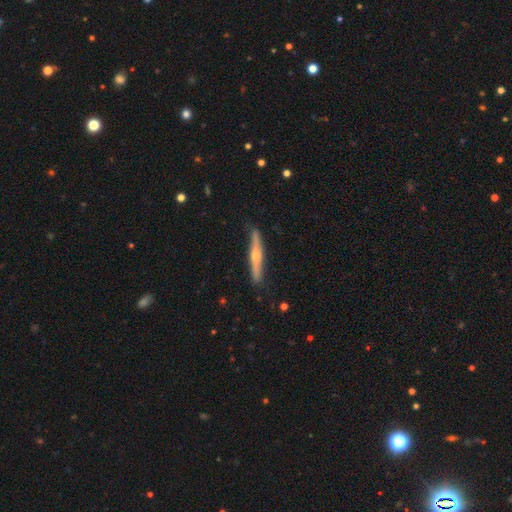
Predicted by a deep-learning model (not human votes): Smooth or featured: featured or disk — 66% (smooth — 29%)
Edge-on disk: yes — 96% (no — 4%)
Edge-on bulge: rounded — 85% (none — 9%)
Merging: none — 87% (minor disturbance — 10%)